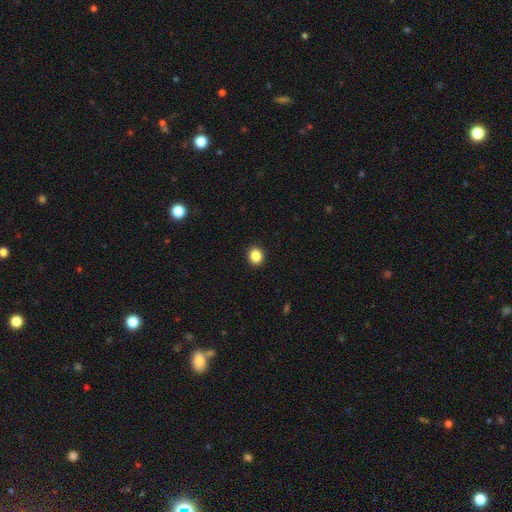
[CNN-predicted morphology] Smooth or featured? Predicted: smooth (p=0.86). How rounded? Predicted: round (p=0.78). Merging? Predicted: none (p=0.92).